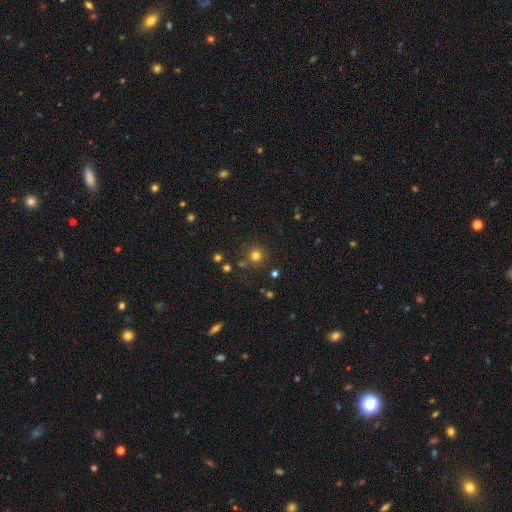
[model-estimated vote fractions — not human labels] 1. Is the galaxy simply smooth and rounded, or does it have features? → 76% smooth, 18% star or artifact, 6% featured or disk.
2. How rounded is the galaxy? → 94% round, 5% in between, 1% cigar-shaped.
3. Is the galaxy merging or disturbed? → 84% none, 8% minor disturbance, 5% merger, 3% major disturbance.